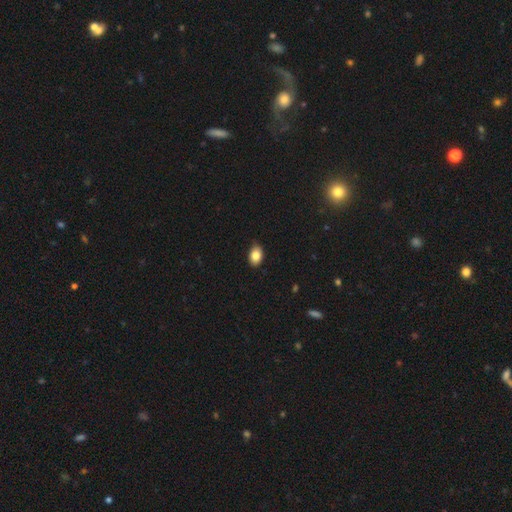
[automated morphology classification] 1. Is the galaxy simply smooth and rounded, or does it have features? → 84% smooth, 8% star or artifact, 7% featured or disk.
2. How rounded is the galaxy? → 84% in between, 15% round, 1% cigar-shaped.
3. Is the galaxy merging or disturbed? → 85% none, 12% minor disturbance, 2% major disturbance, 1% merger.